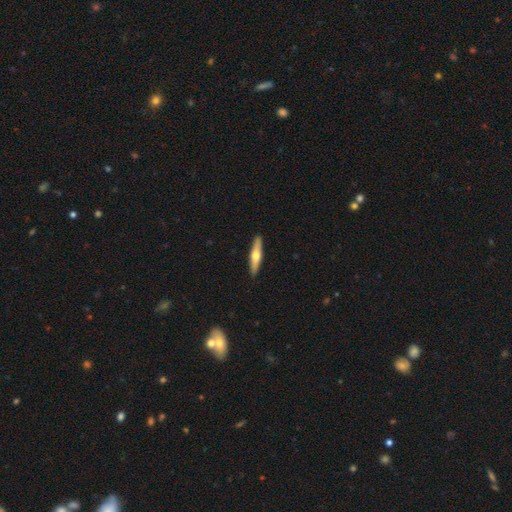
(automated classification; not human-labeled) Smooth or featured: featured or disk — 49% (smooth — 46%)
Merging: none — 92% (minor disturbance — 6%)